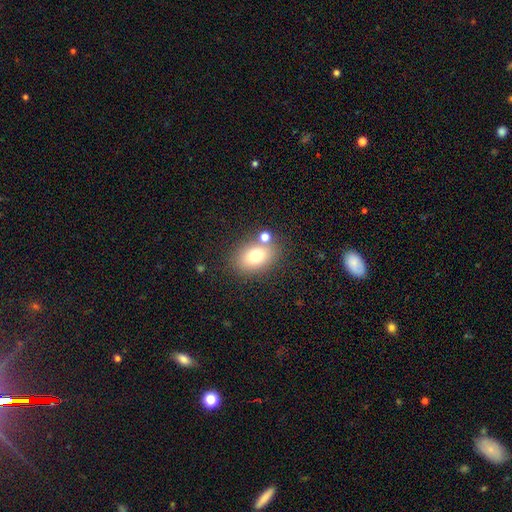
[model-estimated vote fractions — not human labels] A smooth galaxy with no disk features (76%) that is in between round and cigar-shaped (77%).

Vote fractions:
- Smooth or featured? smooth: 76% / featured or disk: 13% / star or artifact: 11%
- How rounded? in between: 77% / round: 22% / cigar-shaped: 1%
- Merging? none: 72% / minor disturbance: 12% / merger: 12% / major disturbance: 4%